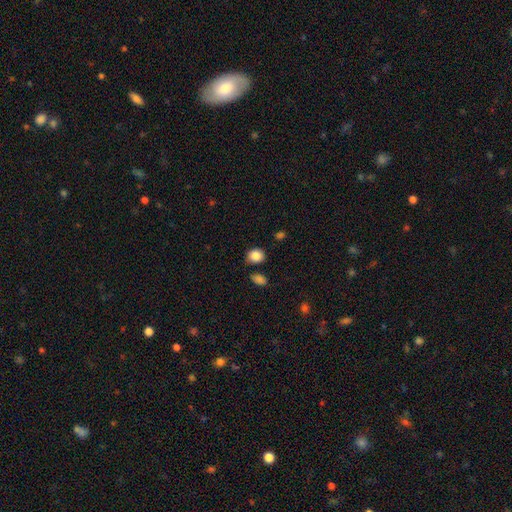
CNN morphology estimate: smooth_or_featured: smooth (p=0.86) [alt: star or artifact p=0.09]
how_rounded: round (p=0.63) [alt: in between p=0.36]
merging: none (p=0.71) [alt: minor disturbance p=0.20]